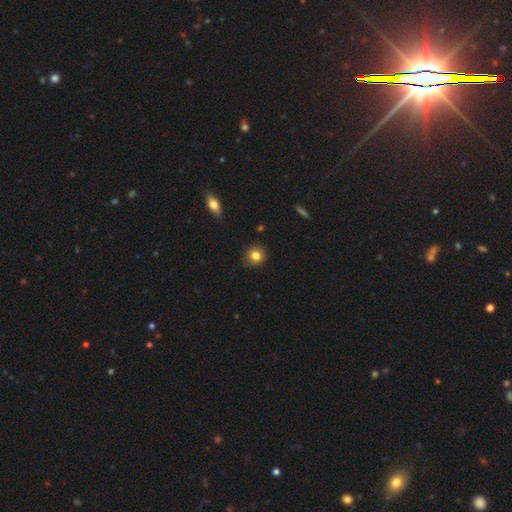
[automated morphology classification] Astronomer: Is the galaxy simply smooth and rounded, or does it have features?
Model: smooth — 83%.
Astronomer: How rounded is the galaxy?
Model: round — 90%.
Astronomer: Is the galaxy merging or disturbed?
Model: none — 88%.